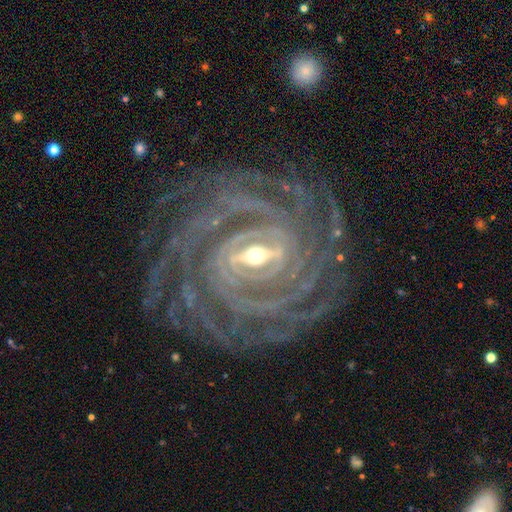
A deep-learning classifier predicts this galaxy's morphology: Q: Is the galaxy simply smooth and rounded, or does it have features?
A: featured or disk — 93%.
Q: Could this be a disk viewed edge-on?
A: no — 96%.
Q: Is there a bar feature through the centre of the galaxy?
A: strong — 73%.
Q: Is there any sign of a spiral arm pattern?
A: yes — 98%.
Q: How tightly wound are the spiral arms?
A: tight — 78%.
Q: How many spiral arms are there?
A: more than 4 — 26%.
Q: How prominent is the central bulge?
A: moderate — 58%.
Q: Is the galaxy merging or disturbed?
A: none — 76%.